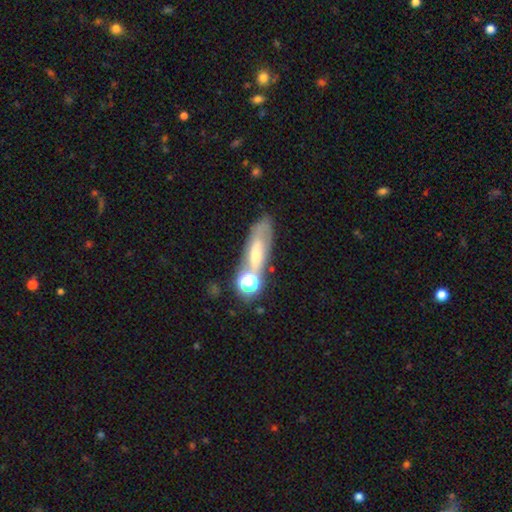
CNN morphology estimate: This is marginally a featured or disk galaxy (43%). Merging: possibly none (49%).